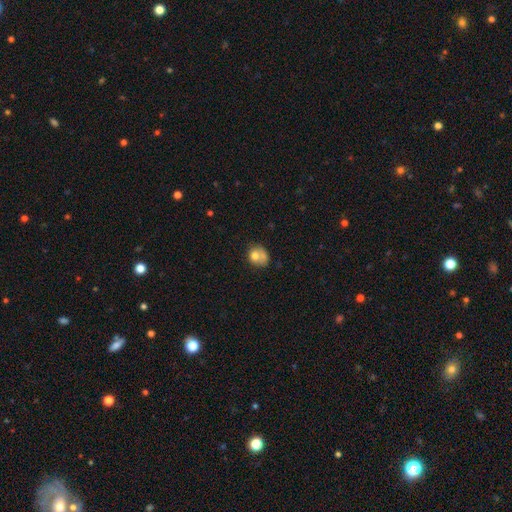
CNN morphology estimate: Smooth or featured?
  - smooth: 70% *
  - featured or disk: 20%
  - star or artifact: 10%
How rounded?
  - round: 56% *
  - in between: 43%
  - cigar-shaped: 1%
Merging?
  - none: 37% *
  - merger: 25%
  - minor disturbance: 24%
  - major disturbance: 14%